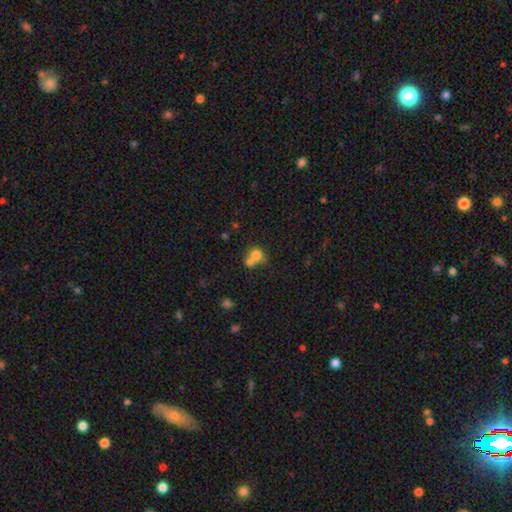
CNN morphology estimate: A smooth galaxy with no disk features (73%) that is round (75%).

Vote fractions:
- Smooth or featured? smooth: 73% / featured or disk: 15% / star or artifact: 12%
- How rounded? round: 75% / in between: 24% / cigar-shaped: 1%
- Merging? merger: 58% / none: 30% / minor disturbance: 7% / major disturbance: 4%